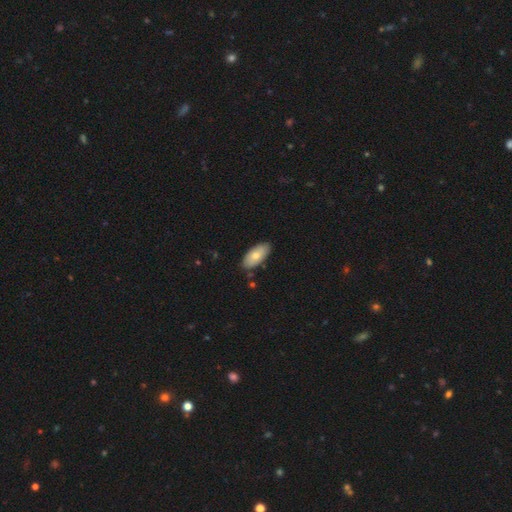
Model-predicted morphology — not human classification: Smooth or featured? Predicted: smooth (p=0.72). How rounded? Predicted: in between (p=0.91). Merging? Predicted: none (p=0.84).